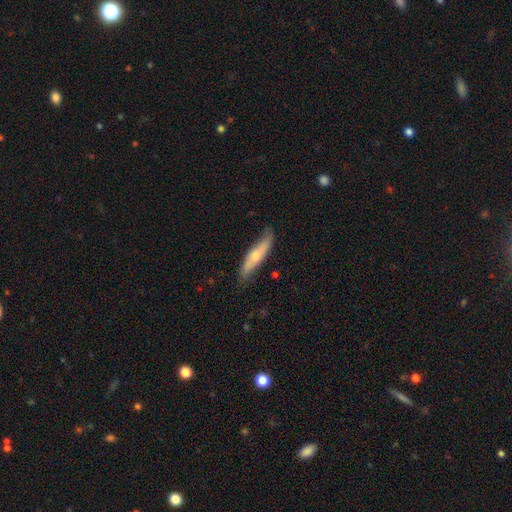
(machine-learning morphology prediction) Q: Smooth or featured?
A: smooth (52%); runner-up: featured or disk (42%)
Q: How rounded?
A: cigar-shaped (77%); runner-up: in between (21%)
Q: Merging?
A: none (76%); runner-up: minor disturbance (20%)